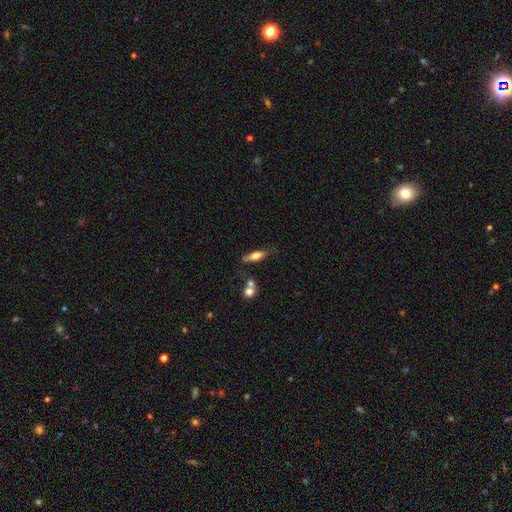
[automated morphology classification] smooth 58%, featured or disk 34%, star or artifact 7%. Down the decision tree: how rounded — cigar-shaped (53%); merging — none (67%).